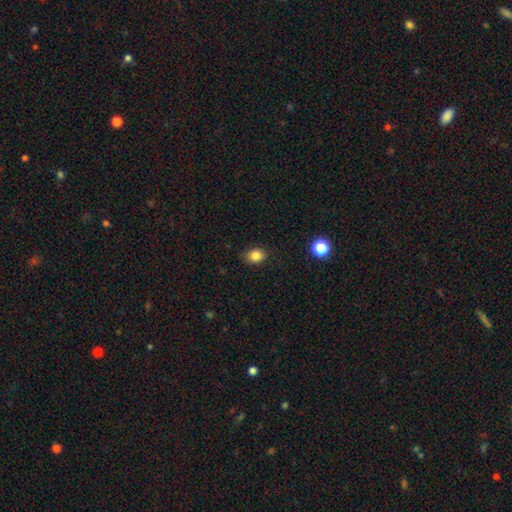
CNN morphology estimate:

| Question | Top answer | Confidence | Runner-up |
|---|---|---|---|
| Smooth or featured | smooth | 84% | star or artifact (11%) |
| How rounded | in between | 55% | round (44%) |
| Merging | none | 86% | minor disturbance (11%) |